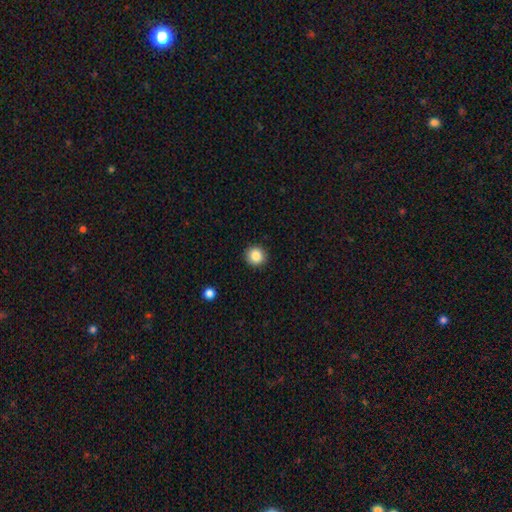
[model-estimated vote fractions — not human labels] A smooth galaxy with no disk features (86%) that is round (93%).

Vote fractions:
- Smooth or featured? smooth: 86% / star or artifact: 10% / featured or disk: 4%
- How rounded? round: 93% / in between: 6% / cigar-shaped: 1%
- Merging? none: 92% / minor disturbance: 5% / major disturbance: 2% / merger: 1%